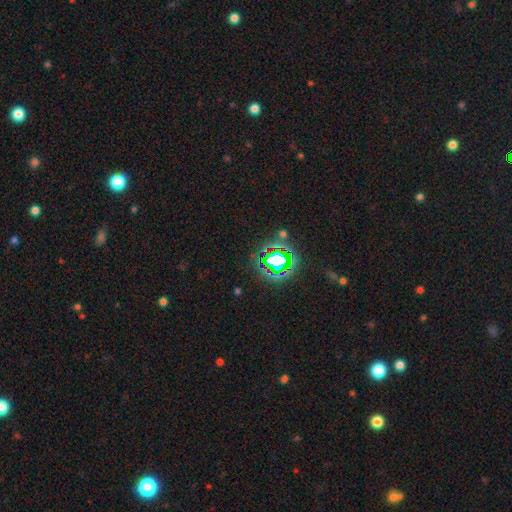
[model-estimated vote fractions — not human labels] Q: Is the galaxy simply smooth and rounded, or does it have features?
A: star or artifact — 79%.